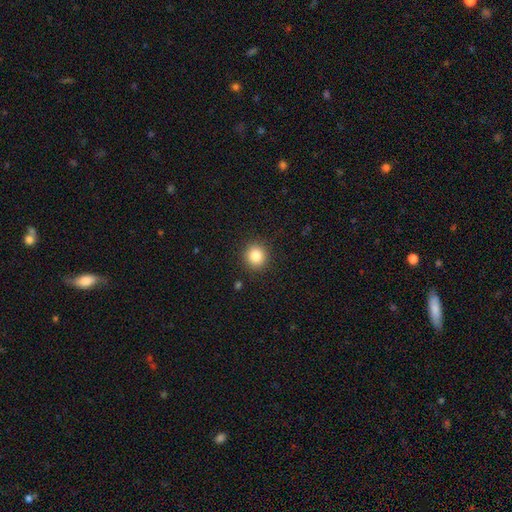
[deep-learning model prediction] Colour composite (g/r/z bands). It shows a smooth galaxy with no disk features (85%) that is round (89%). Merging: none (90%).